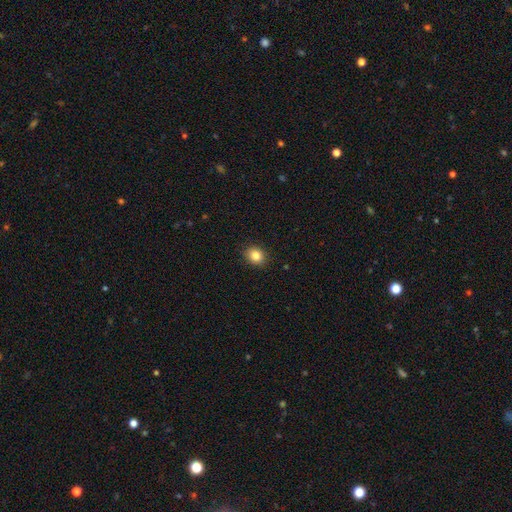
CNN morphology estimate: This appears to be a smooth galaxy with no disk features (84%) that is round (63%). Merging: none (90%).